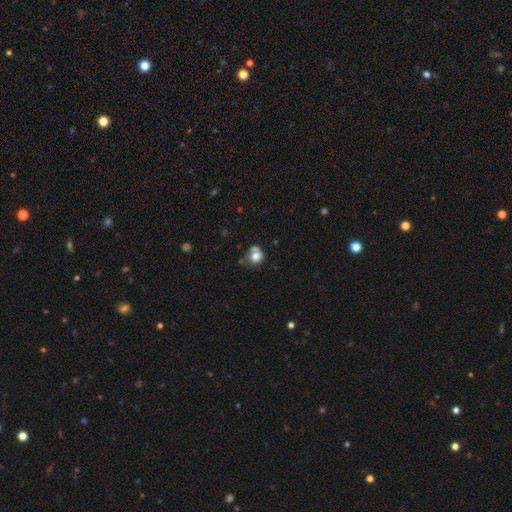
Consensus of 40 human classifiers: smooth 82%, featured or disk 15%, star or artifact 2%. Down the decision tree: how rounded — round (76%); merging — none (46%).